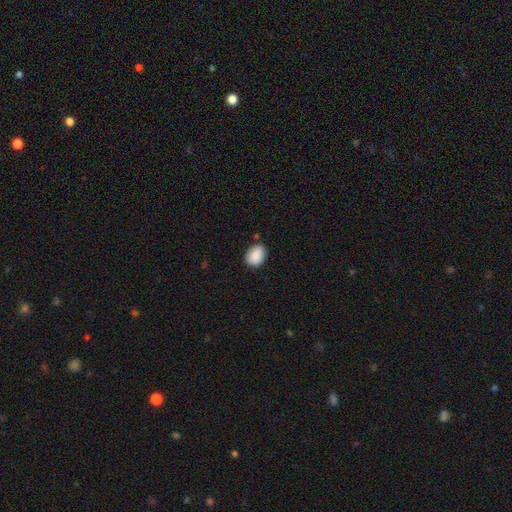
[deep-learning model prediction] Morphology: type=smooth (89%); roundness=in between (70%); merging=none (81%).